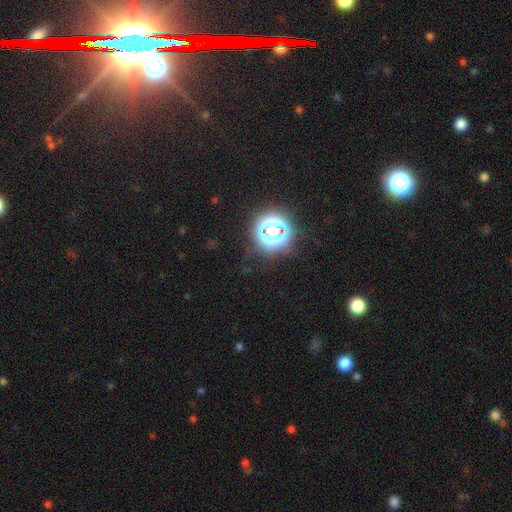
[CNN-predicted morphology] Overall: star or artifact (77%).